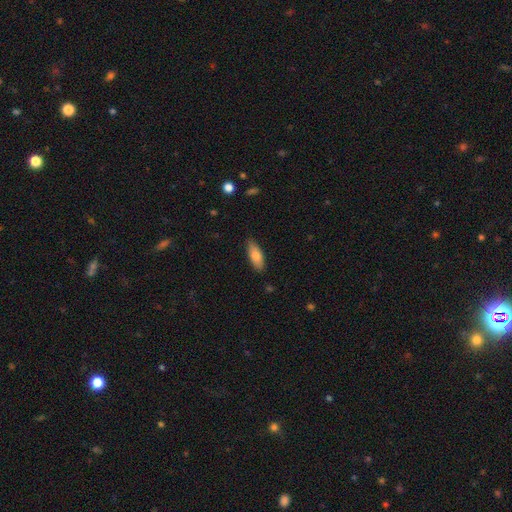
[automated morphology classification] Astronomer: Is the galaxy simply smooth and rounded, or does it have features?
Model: smooth — 78%.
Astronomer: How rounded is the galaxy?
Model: in between — 70%.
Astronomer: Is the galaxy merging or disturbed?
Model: none — 85%.